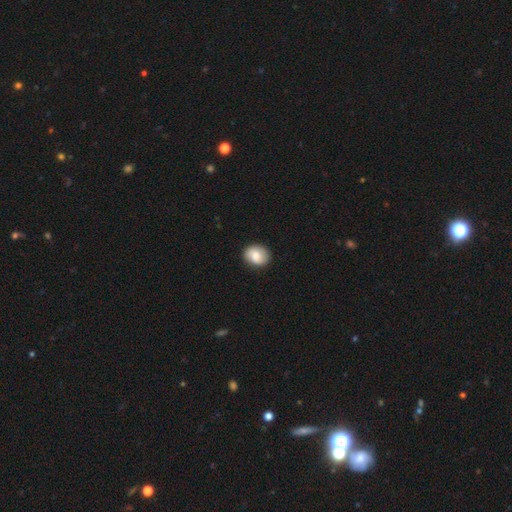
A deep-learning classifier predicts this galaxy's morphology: Smooth or featured? smooth (75%)
How rounded? round (58%)
Merging? none (86%)